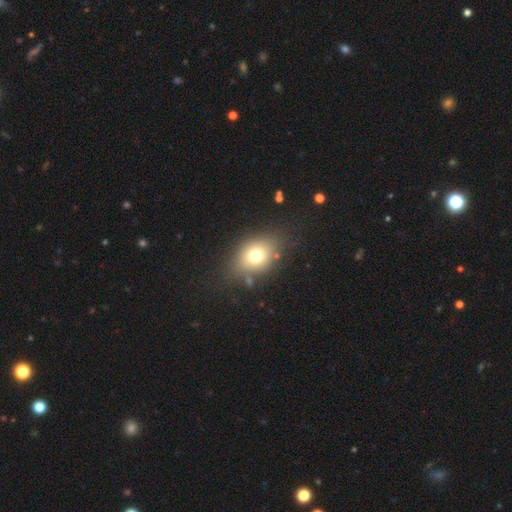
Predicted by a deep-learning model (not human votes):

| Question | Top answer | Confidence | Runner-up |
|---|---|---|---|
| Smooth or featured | smooth | 73% | featured or disk (15%) |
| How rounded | in between | 64% | round (35%) |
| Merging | none | 75% | minor disturbance (15%) |